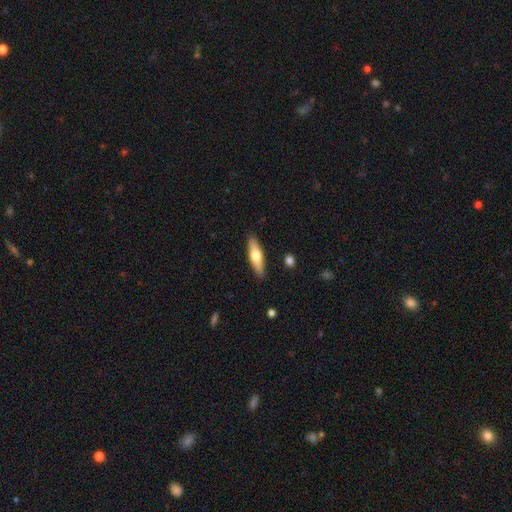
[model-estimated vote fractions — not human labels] smooth_or_featured: smooth (p=0.54) [alt: featured or disk p=0.40]
how_rounded: cigar-shaped (p=0.61) [alt: in between p=0.36]
merging: none (p=0.89) [alt: minor disturbance p=0.08]